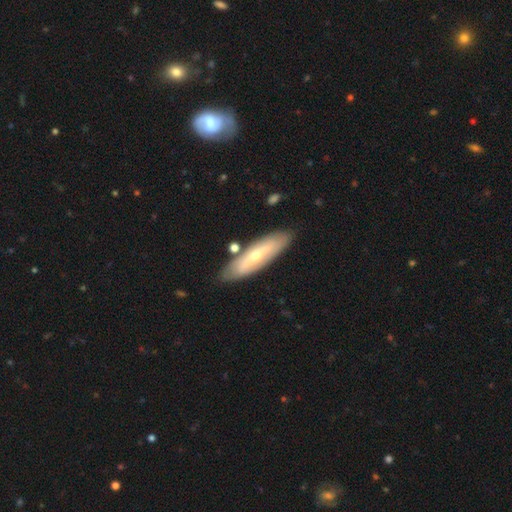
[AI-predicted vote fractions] Smooth or featured?
  - featured or disk: 57% *
  - smooth: 38%
  - star or artifact: 6%
Edge-on disk?
  - no: 59% *
  - yes: 41%
Merging?
  - none: 82% *
  - minor disturbance: 12%
  - merger: 4%
  - major disturbance: 3%